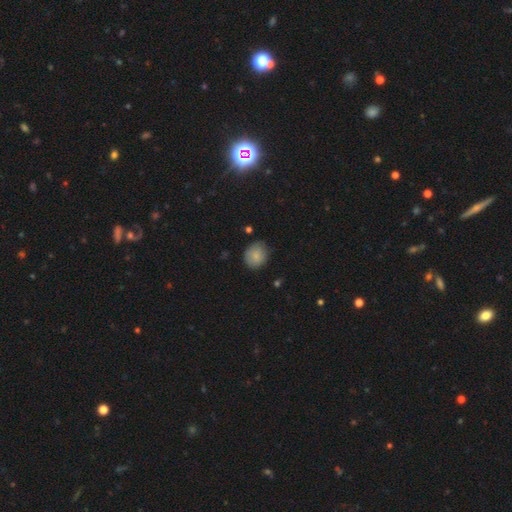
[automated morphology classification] smooth-or-featured: smooth: 83% | featured or disk: 8% | star or artifact: 8%
  how-rounded: round: 71% | in between: 28% | cigar-shaped: 1%
  merging: none: 73% | minor disturbance: 21% | major disturbance: 4% | merger: 2%